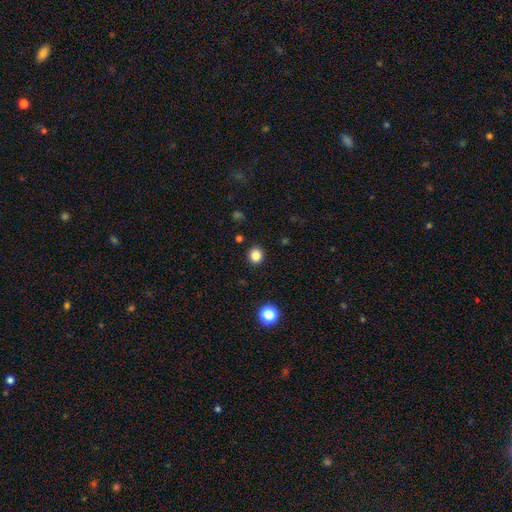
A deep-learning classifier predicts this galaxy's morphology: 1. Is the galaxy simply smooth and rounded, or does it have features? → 84% smooth, 12% star or artifact, 4% featured or disk.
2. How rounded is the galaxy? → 78% round, 21% in between, 1% cigar-shaped.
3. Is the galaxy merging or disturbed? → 90% none, 6% minor disturbance, 2% major disturbance, 1% merger.